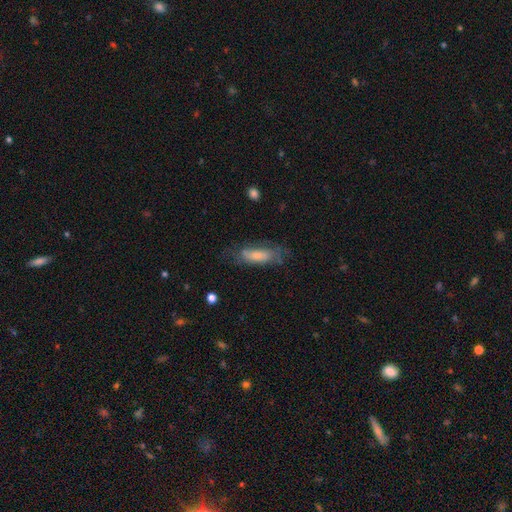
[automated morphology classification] smooth 46%, featured or disk 45%, star or artifact 9%. Down the decision tree: merging — none (68%).